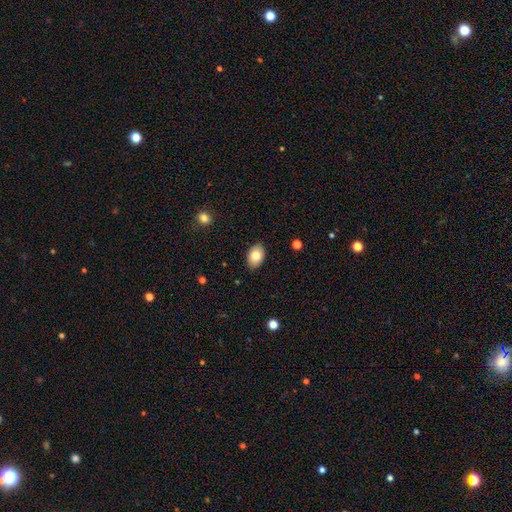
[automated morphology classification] The model was most divided on "smooth or featured": smooth: 81%, featured or disk: 11%, star or artifact: 7%. More confident: merging — none (88%); how rounded — in between (87%).